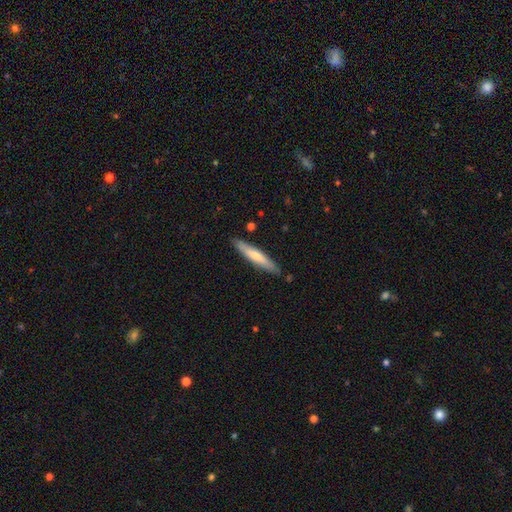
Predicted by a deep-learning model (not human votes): smooth-or-featured: smooth: 63% | featured or disk: 32% | star or artifact: 5%
  how-rounded: cigar-shaped: 91% | in between: 8% | round: 1%
  merging: none: 87% | minor disturbance: 10% | major disturbance: 2% | merger: 2%